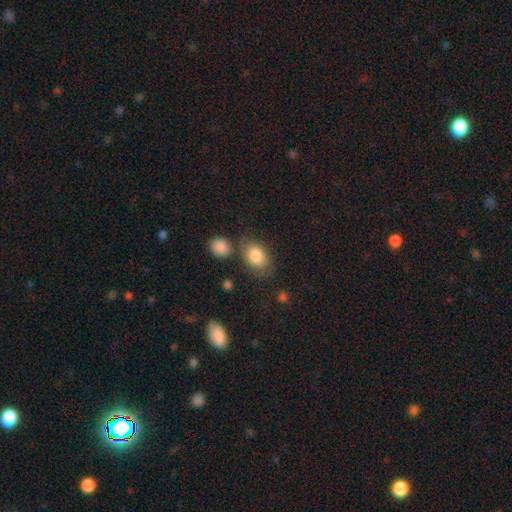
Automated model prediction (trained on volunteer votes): This appears to be a smooth galaxy with no disk features (83%) that is in between round and cigar-shaped (78%). Merging: none (67%).